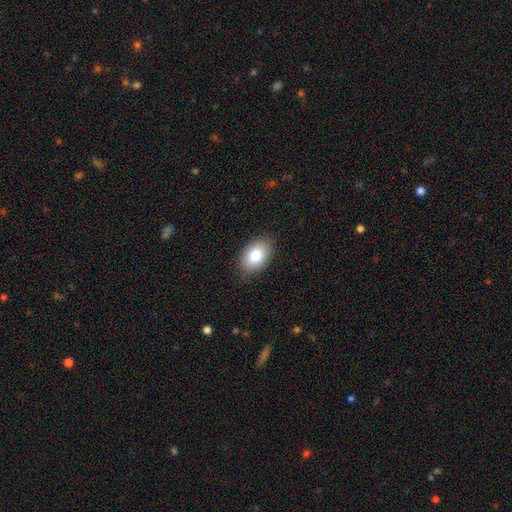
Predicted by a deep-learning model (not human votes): Morphology: type=smooth (83%); roundness=in between (90%); merging=none (86%).